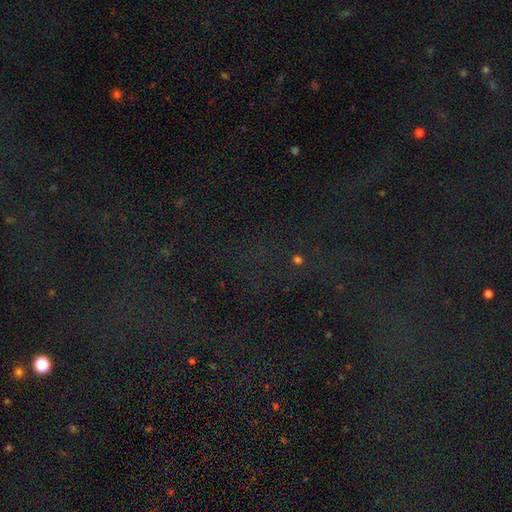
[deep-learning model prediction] star or artifact 77%, smooth 13%, featured or disk 10%.